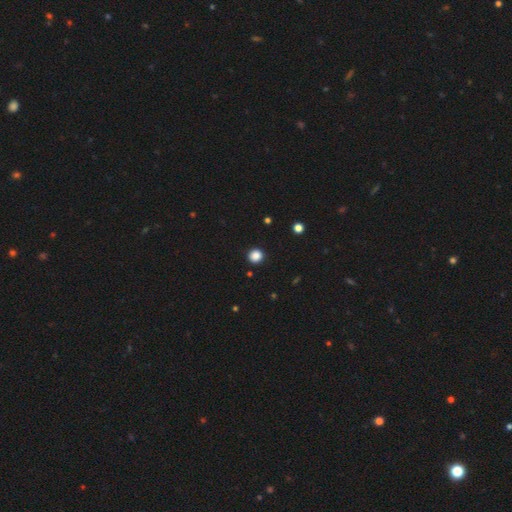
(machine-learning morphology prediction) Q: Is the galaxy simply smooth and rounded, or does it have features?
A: smooth — 86%.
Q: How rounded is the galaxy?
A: round — 94%.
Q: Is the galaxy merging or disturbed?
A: none — 93%.